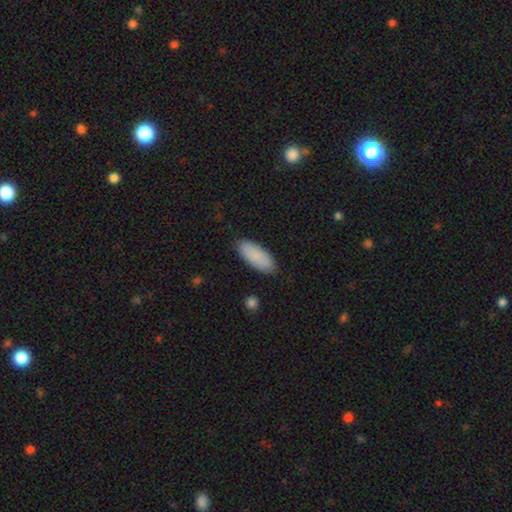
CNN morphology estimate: This is clearly a smooth galaxy (89%). How rounded: clearly in between (84%). Merging: clearly none (86%).